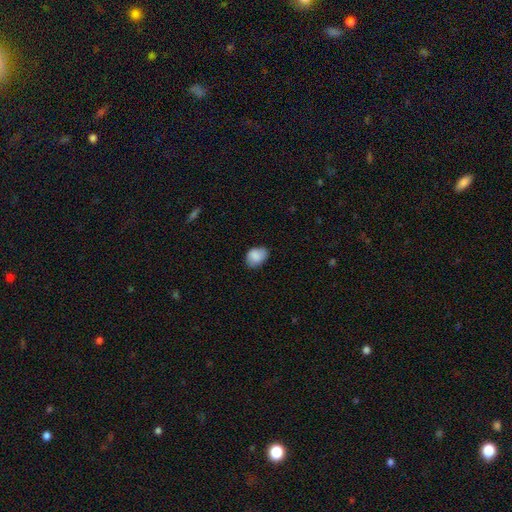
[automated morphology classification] Smooth or featured?
  - smooth: 84% *
  - featured or disk: 8%
  - star or artifact: 7%
How rounded?
  - in between: 72% *
  - round: 27%
  - cigar-shaped: 1%
Merging?
  - none: 73% *
  - minor disturbance: 22%
  - major disturbance: 4%
  - merger: 1%